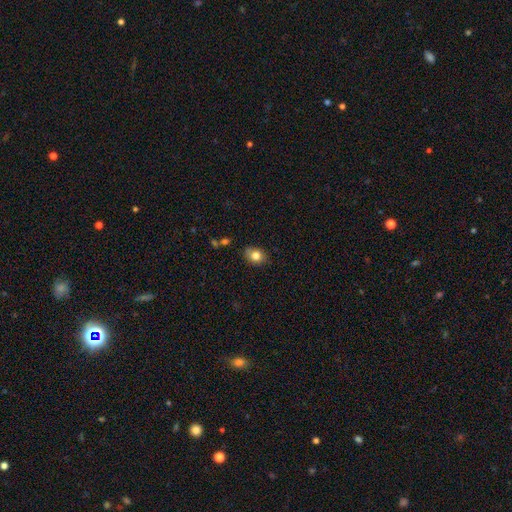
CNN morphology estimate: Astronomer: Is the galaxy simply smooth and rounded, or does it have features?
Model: smooth — 80%.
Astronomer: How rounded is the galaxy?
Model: in between — 53% (runner-up: round, 46%).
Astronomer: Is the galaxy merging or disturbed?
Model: none — 77%.